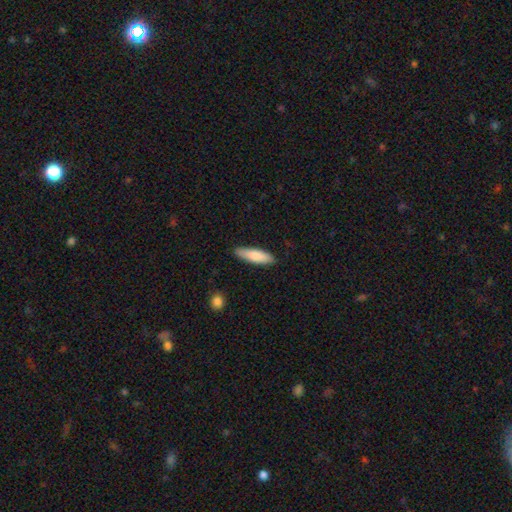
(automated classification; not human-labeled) Smooth or featured: smooth — 81% (featured or disk — 14%)
How rounded: cigar-shaped — 62% (in between — 37%)
Merging: none — 87% (minor disturbance — 10%)